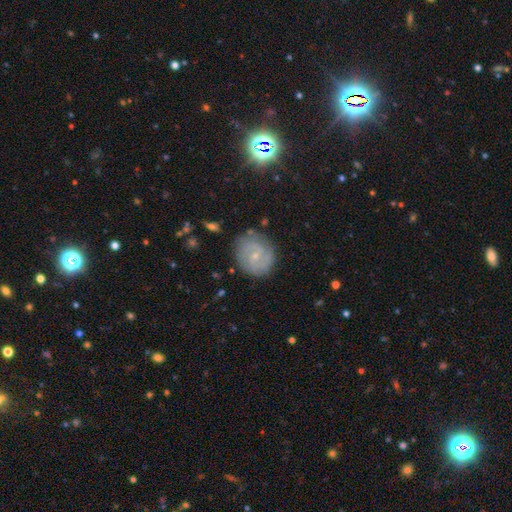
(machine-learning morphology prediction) A featured or disk galaxy (70%) with no bar (56%), 2 (56%) tight (53%) spiral arms (89%) and a small central bulge (77%).

Vote fractions:
- Smooth or featured? featured or disk: 70% / smooth: 22% / star or artifact: 8%
- Edge-on disk? no: 97% / yes: 3%
- Bar? no: 56% / weak: 38% / strong: 6%
- Spiral arms? yes: 89% / no: 11%
- Spiral winding? tight: 53% / medium: 36% / loose: 11%
- Spiral arm count? 2: 56% / can't tell: 25% / 3: 9% / 1: 4% / 4: 3% / more than 4: 3%
- Bulge size? small: 77% / moderate: 19% / none: 3% / large: 1% / dominant: 1%
- Merging? none: 79% / minor disturbance: 15% / major disturbance: 4% / merger: 2%